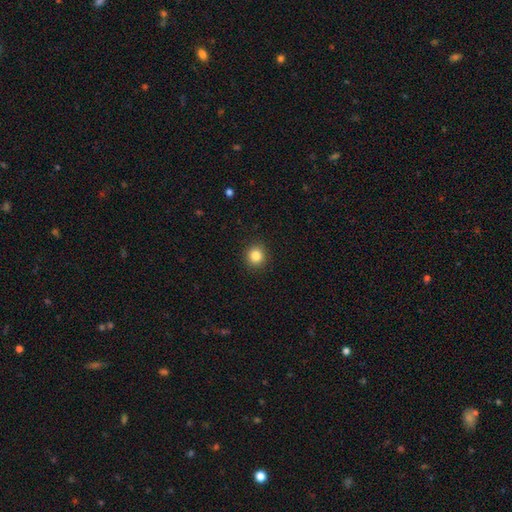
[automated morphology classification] This is clearly a smooth galaxy (84%). How rounded: clearly round (91%). Merging: clearly none (91%).